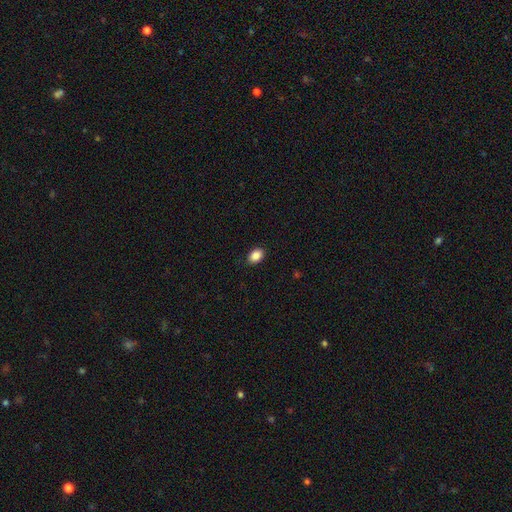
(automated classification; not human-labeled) Smooth or featured?
  - smooth: 87% *
  - star or artifact: 8%
  - featured or disk: 4%
How rounded?
  - in between: 82% *
  - round: 17%
  - cigar-shaped: 1%
Merging?
  - none: 89% *
  - minor disturbance: 8%
  - major disturbance: 2%
  - merger: 1%